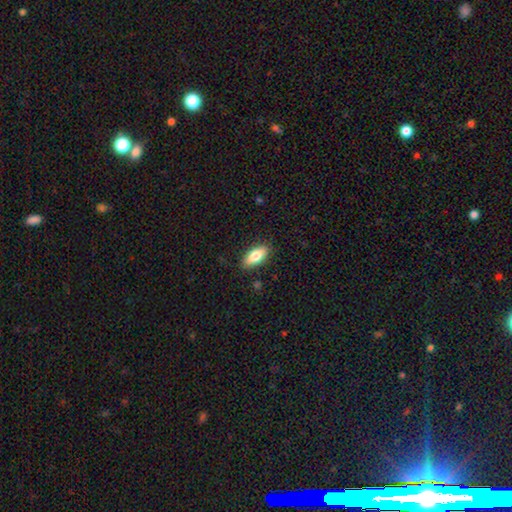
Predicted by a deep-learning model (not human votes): A smooth galaxy with no disk features (76%) that is in between round and cigar-shaped (82%). Merging: none (86%).